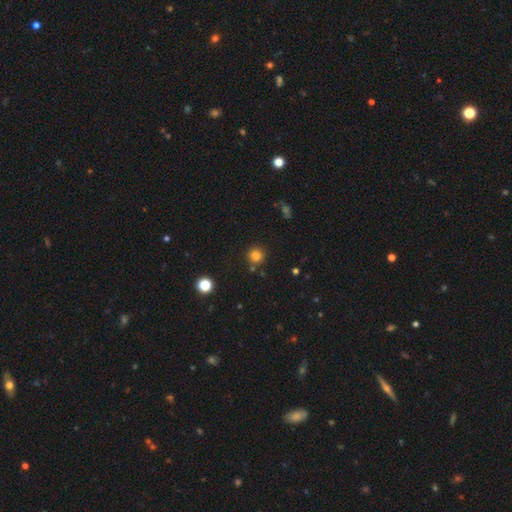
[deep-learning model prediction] smooth-or-featured: smooth: 80% | star or artifact: 14% | featured or disk: 5%
  how-rounded: round: 92% | in between: 7% | cigar-shaped: 1%
  merging: none: 80% | minor disturbance: 9% | merger: 8% | major disturbance: 3%